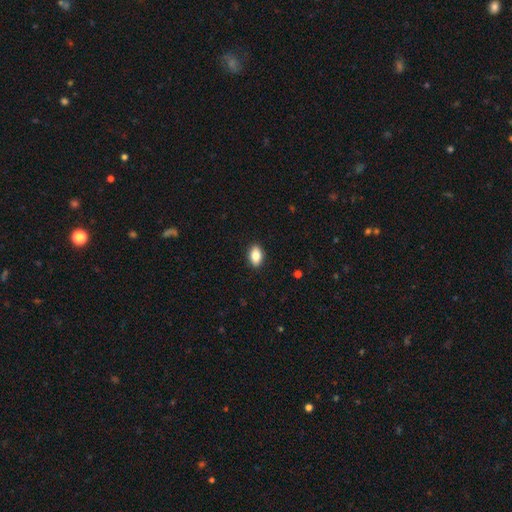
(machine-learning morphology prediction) Smooth or featured? Predicted: smooth (p=0.85). How rounded? Predicted: in between (p=0.88). Merging? Predicted: none (p=0.90).